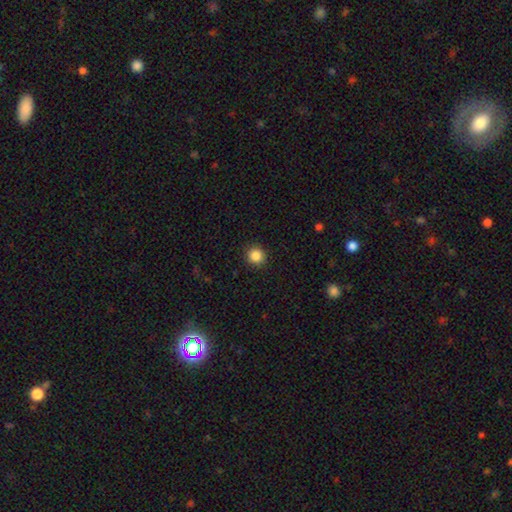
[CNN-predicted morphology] smooth-or-featured: smooth: 86% | star or artifact: 10% | featured or disk: 4%
  how-rounded: round: 93% | in between: 6% | cigar-shaped: 1%
  merging: none: 92% | minor disturbance: 5% | major disturbance: 2% | merger: 1%